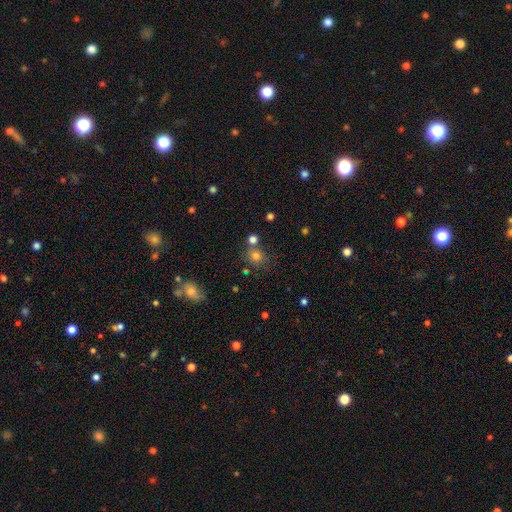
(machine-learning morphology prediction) This appears to be a smooth galaxy with no disk features (76%) that is round (82%). Merging: none (67%).